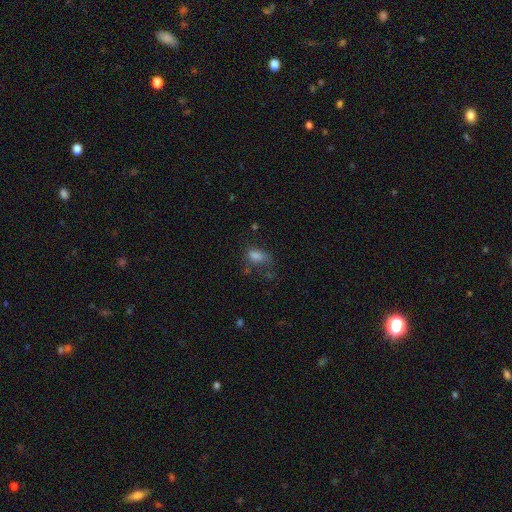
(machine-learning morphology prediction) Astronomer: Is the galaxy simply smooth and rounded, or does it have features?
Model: smooth — 71%.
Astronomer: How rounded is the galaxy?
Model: in between — 80%.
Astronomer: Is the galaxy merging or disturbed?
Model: none — 45% (runner-up: minor disturbance, 26%).